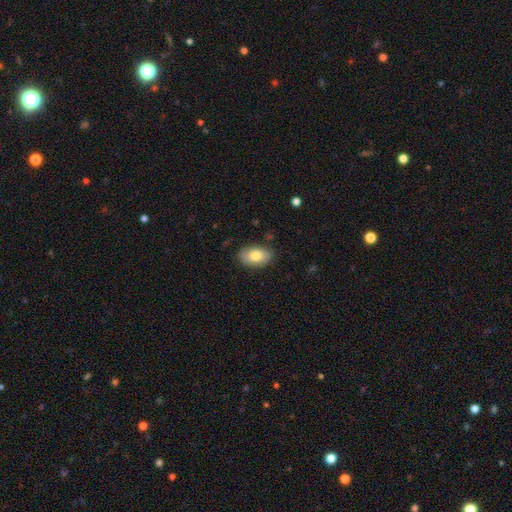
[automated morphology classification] This appears to be a smooth galaxy with no disk features (77%) that is in between round and cigar-shaped (91%). Merging: none (84%).